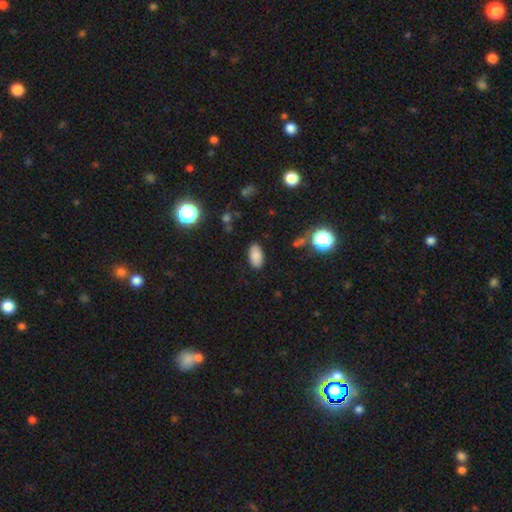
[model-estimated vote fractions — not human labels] A smooth galaxy with no disk features (85%) that is in between round and cigar-shaped (93%).

Vote fractions:
- Smooth or featured? smooth: 85% / star or artifact: 11% / featured or disk: 5%
- How rounded? in between: 93% / round: 4% / cigar-shaped: 3%
- Merging? none: 87% / minor disturbance: 9% / major disturbance: 3% / merger: 1%